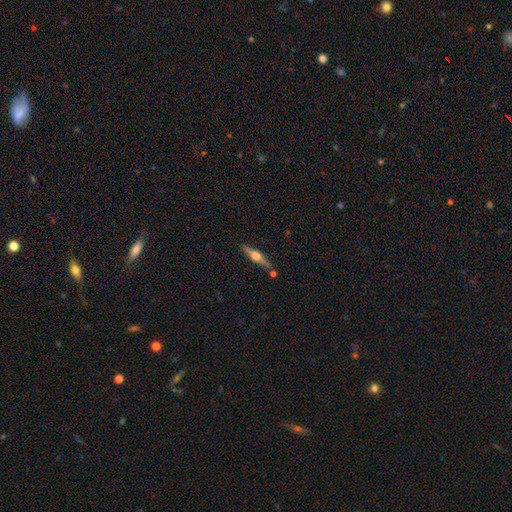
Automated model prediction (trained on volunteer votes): Smooth or featured? Predicted: featured or disk (p=0.68). Edge-on disk? Predicted: yes (p=0.96). Edge-on bulge? Predicted: rounded (p=0.91). Merging? Predicted: none (p=0.81).